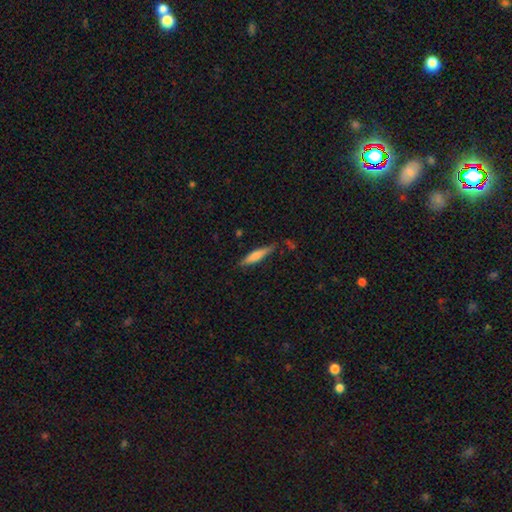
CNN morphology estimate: smooth_or_featured: smooth (p=0.62) [alt: featured or disk p=0.32]
how_rounded: cigar-shaped (p=0.85) [alt: in between p=0.14]
merging: none (p=0.79) [alt: minor disturbance p=0.15]